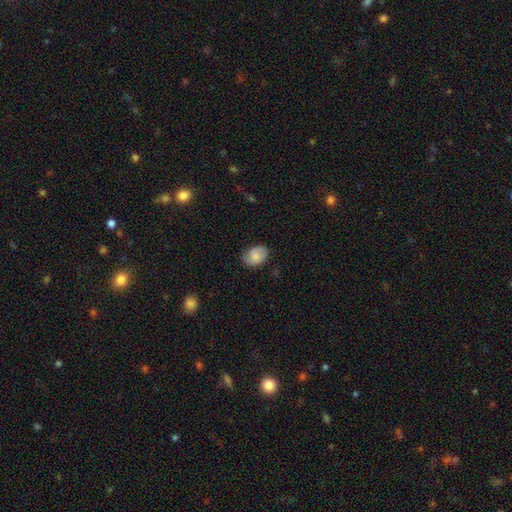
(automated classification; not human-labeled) Overall: smooth (81%). How rounded: in between (74%). Merging: none (73%).